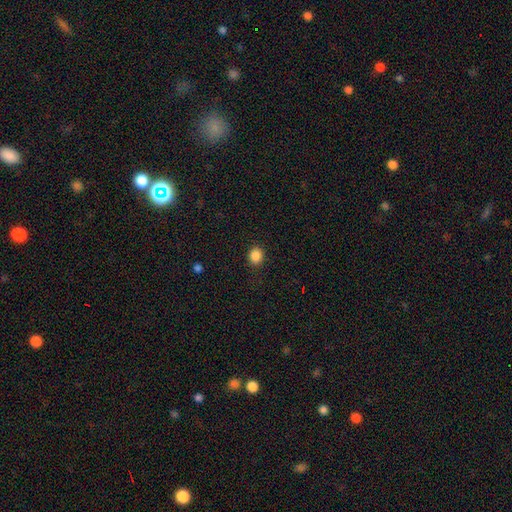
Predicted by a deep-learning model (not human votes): Smooth or featured?
  - smooth: 87% *
  - star or artifact: 10%
  - featured or disk: 3%
How rounded?
  - round: 71% *
  - in between: 28%
  - cigar-shaped: 1%
Merging?
  - none: 90% *
  - minor disturbance: 7%
  - major disturbance: 2%
  - merger: 1%